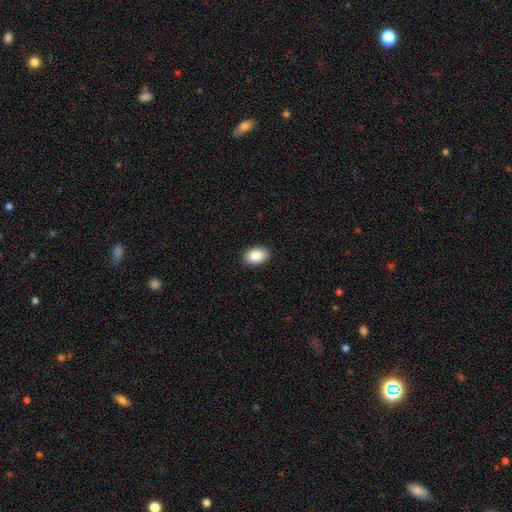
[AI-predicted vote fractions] Smooth or featured?
  - smooth: 87% *
  - star or artifact: 7%
  - featured or disk: 6%
How rounded?
  - in between: 88% *
  - round: 11%
  - cigar-shaped: 1%
Merging?
  - none: 90% *
  - minor disturbance: 7%
  - major disturbance: 2%
  - merger: 1%